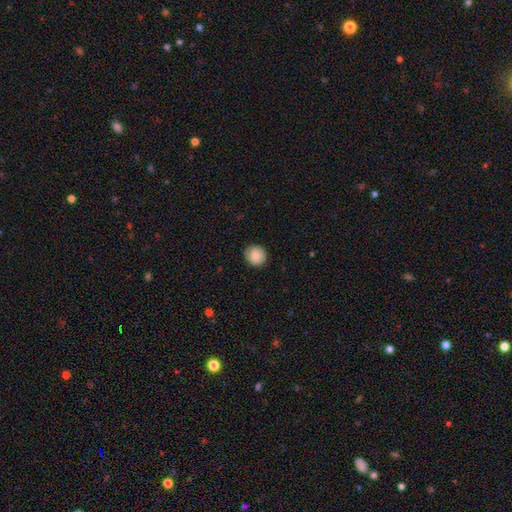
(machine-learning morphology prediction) Smooth or featured?
  - smooth: 87% *
  - star or artifact: 8%
  - featured or disk: 5%
How rounded?
  - round: 91% *
  - in between: 8%
  - cigar-shaped: 1%
Merging?
  - none: 88% *
  - minor disturbance: 9%
  - major disturbance: 2%
  - merger: 1%